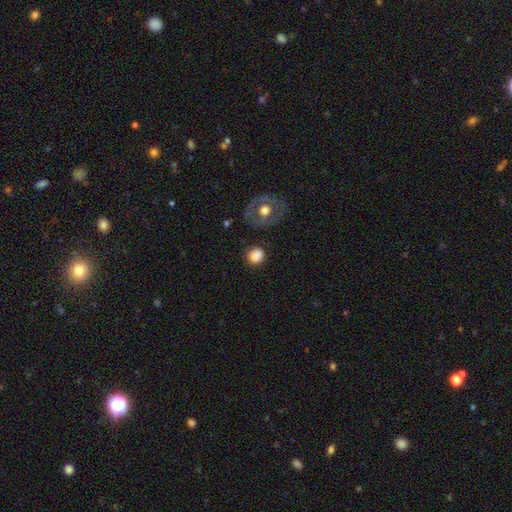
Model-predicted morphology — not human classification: Overall: smooth (82%). How rounded: round (84%). Merging: none (84%).